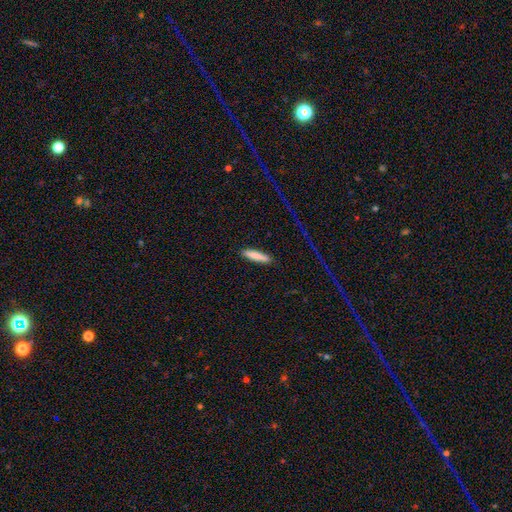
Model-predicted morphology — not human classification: Smooth or featured? smooth (82%)
How rounded? cigar-shaped (85%)
Merging? none (89%)